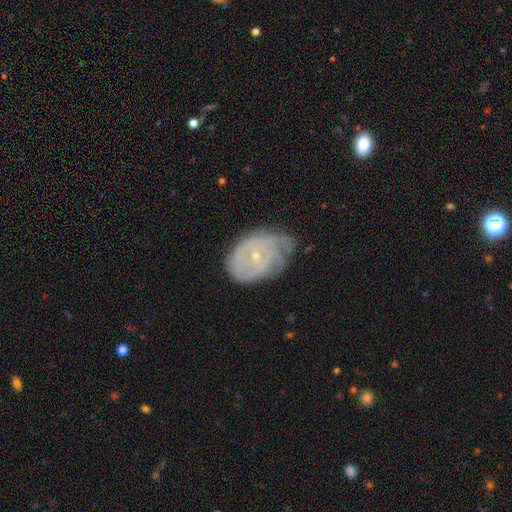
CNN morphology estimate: Smooth or featured: featured or disk — 66% (smooth — 25%)
Edge-on disk: no — 96% (yes — 4%)
Bar: no — 78% (weak — 18%)
Spiral arms: yes — 80% (no — 20%)
Spiral winding: tight — 68% (medium — 24%)
Spiral arm count: can't tell — 55% (2 — 16%)
Bulge size: small — 78% (moderate — 18%)
Merging: none — 53% (minor disturbance — 33%)